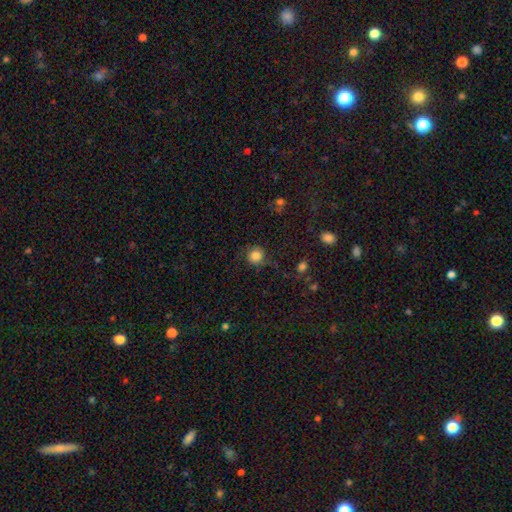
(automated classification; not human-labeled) Morphology: type=smooth (82%); roundness=round (91%); merging=none (72%).